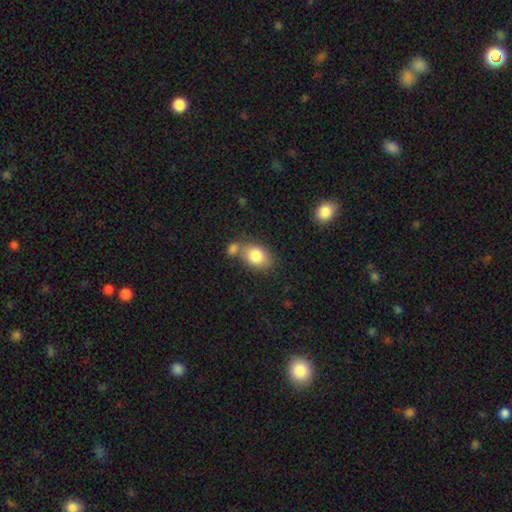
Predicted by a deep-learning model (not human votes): Smooth or featured? smooth (83%)
How rounded? in between (72%)
Merging? none (49%)